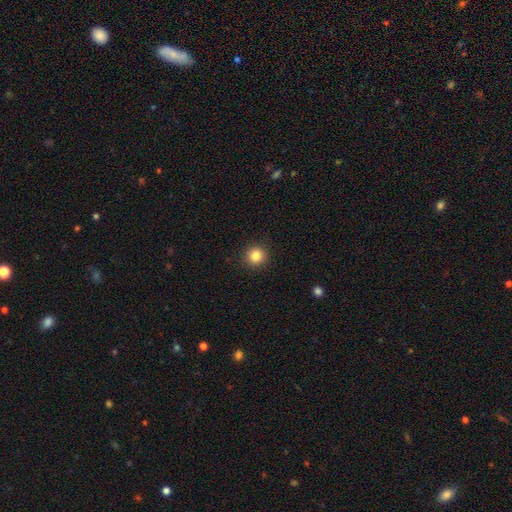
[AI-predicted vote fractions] A smooth galaxy with no disk features (84%) that is round (94%).

Vote fractions:
- Smooth or featured? smooth: 84% / star or artifact: 11% / featured or disk: 5%
- How rounded? round: 94% / in between: 5% / cigar-shaped: 1%
- Merging? none: 92% / minor disturbance: 5% / major disturbance: 2% / merger: 1%